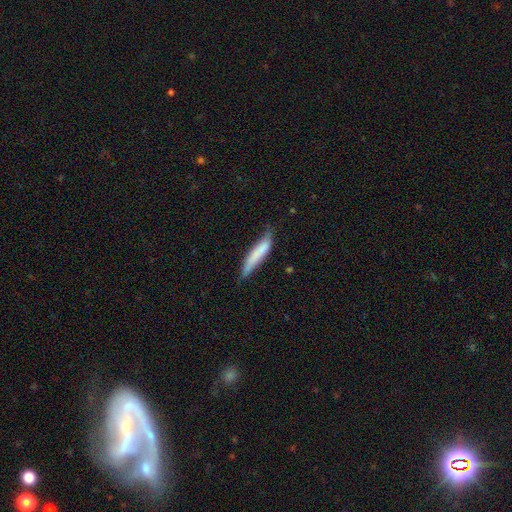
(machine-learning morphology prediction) This appears to be a smooth galaxy with no disk features (70%) that is cigar-shaped (86%). Merging: none (49%).